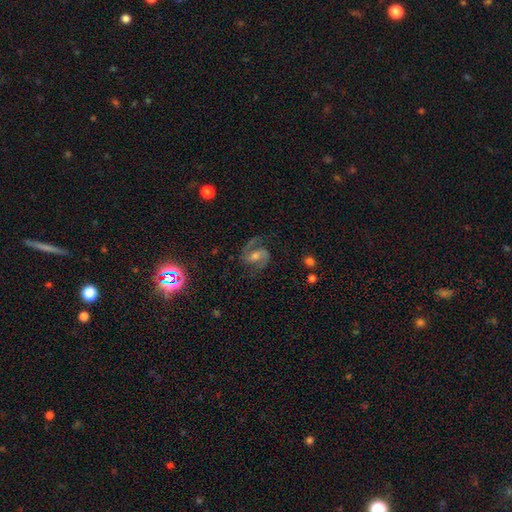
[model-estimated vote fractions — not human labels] Smooth or featured: featured or disk — 86% (star or artifact — 7%)
Edge-on disk: no — 98% (yes — 2%)
Bar: weak — 48% (strong — 26%)
Spiral arms: yes — 97% (no — 3%)
Spiral winding: medium — 62% (loose — 22%)
Spiral arm count: 2 — 93% (1 — 2%)
Bulge size: moderate — 54% (small — 32%)
Merging: none — 76% (minor disturbance — 14%)